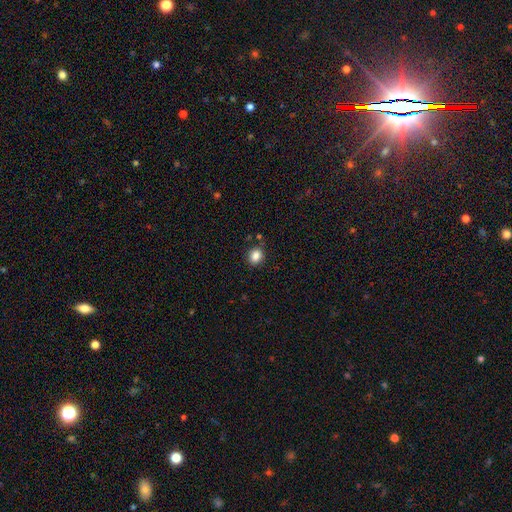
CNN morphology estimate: Smooth or featured: smooth — 85% (star or artifact — 10%)
How rounded: round — 63% (in between — 36%)
Merging: none — 84% (minor disturbance — 10%)